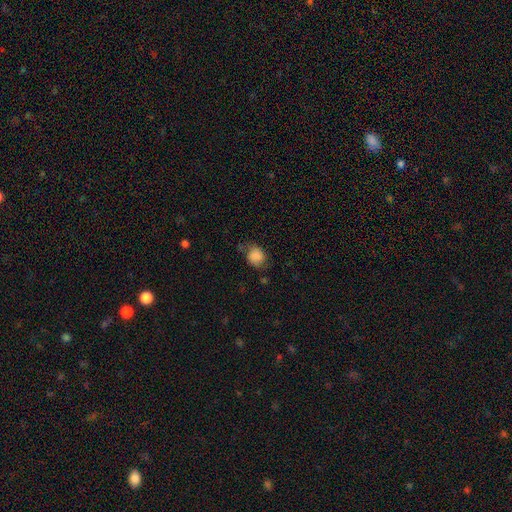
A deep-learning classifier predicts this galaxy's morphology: smooth-or-featured: smooth: 81% | featured or disk: 9% | star or artifact: 9%
  how-rounded: round: 62% | in between: 37% | cigar-shaped: 1%
  merging: none: 57% | minor disturbance: 29% | major disturbance: 11% | merger: 3%